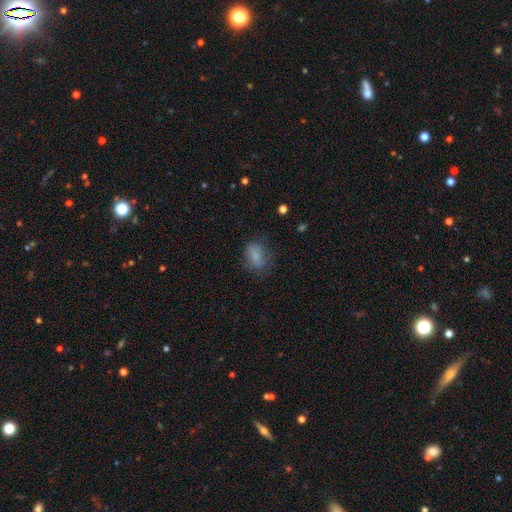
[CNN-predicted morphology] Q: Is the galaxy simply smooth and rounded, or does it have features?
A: smooth — 74%.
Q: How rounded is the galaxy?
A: in between — 70%.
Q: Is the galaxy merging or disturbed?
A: none — 61%.